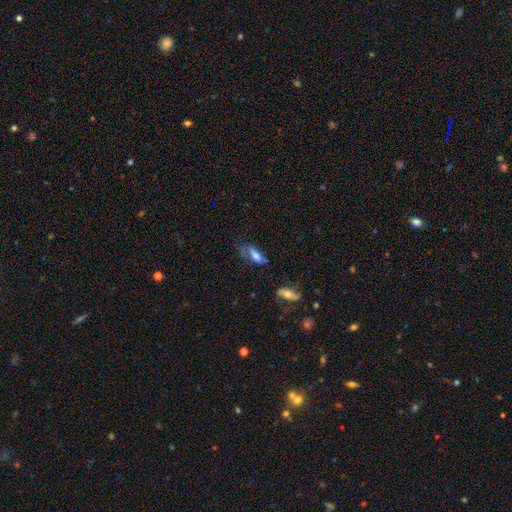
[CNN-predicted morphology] smooth 62%, featured or disk 28%, star or artifact 10%. Down the decision tree: how rounded — in between (61%); merging — none (41%).